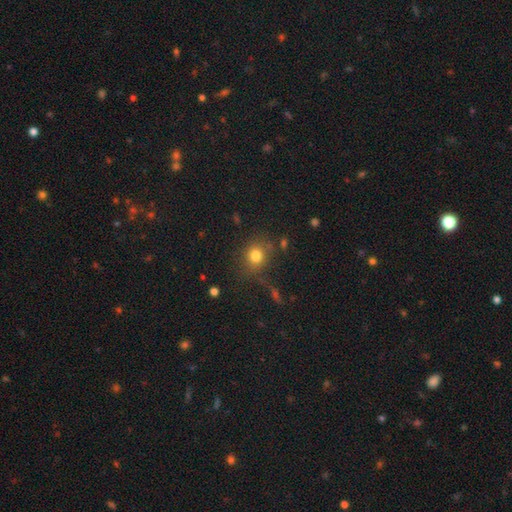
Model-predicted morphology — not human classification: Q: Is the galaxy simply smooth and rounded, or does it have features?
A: smooth — 78%.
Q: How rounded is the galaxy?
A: round — 77%.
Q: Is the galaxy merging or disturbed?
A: none — 75%.